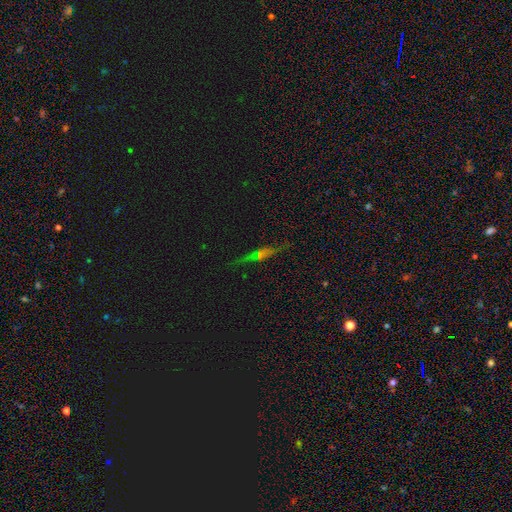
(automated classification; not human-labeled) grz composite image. It shows a featured or disk galaxy (60%) viewed edge-on (90%) with a rounded central bulge (76%). Merging: none (86%).